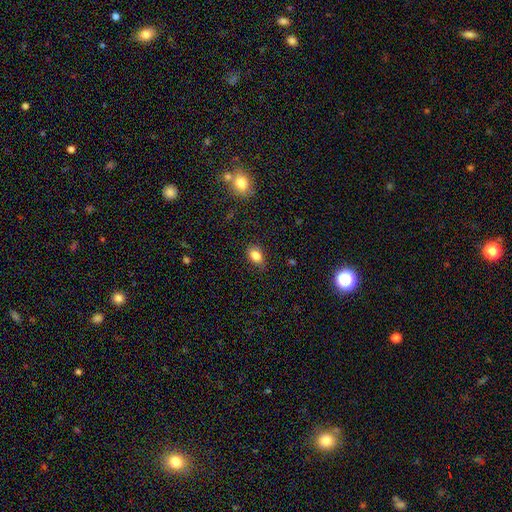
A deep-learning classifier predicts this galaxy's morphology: Smooth or featured?
  - smooth: 83% *
  - star or artifact: 10%
  - featured or disk: 7%
How rounded?
  - in between: 77% *
  - round: 21%
  - cigar-shaped: 2%
Merging?
  - none: 81% *
  - minor disturbance: 14%
  - major disturbance: 3%
  - merger: 1%